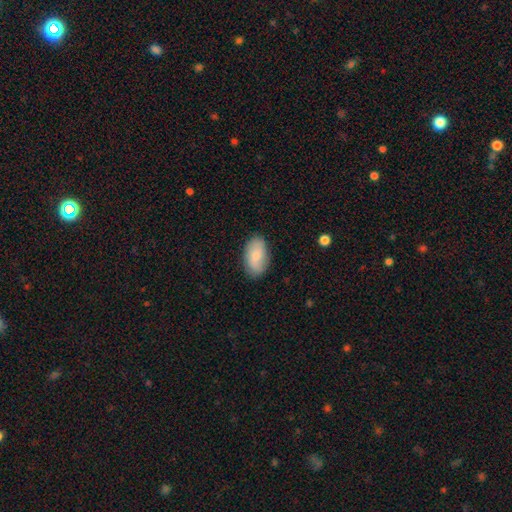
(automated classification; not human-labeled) Smooth or featured? Predicted: smooth (p=0.79). How rounded? Predicted: in between (p=0.94). Merging? Predicted: none (p=0.84).